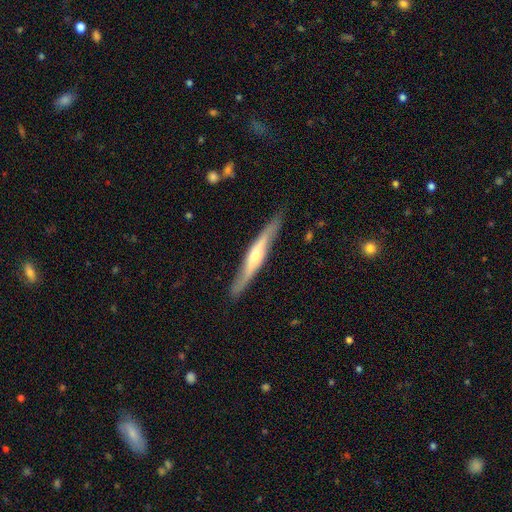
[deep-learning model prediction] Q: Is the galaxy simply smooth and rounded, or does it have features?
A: featured or disk — 66%.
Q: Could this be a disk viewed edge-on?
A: yes — 89%.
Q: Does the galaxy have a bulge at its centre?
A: rounded — 79%.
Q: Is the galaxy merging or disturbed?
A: none — 85%.